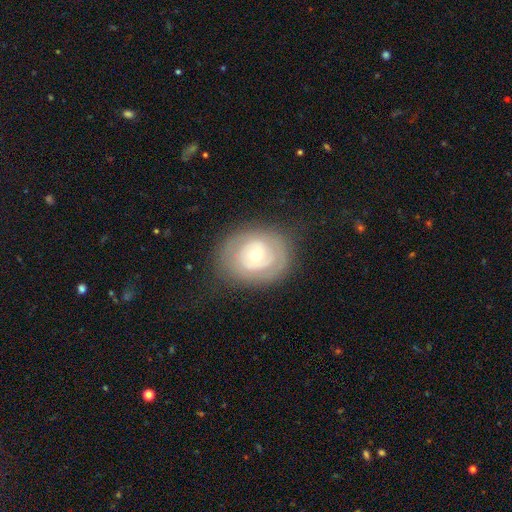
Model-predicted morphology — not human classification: Smooth or featured? featured or disk (61%)
Edge-on disk? no (96%)
Bar? no (78%)
Spiral arms? no (53%)
Bulge size? moderate (50%)
Merging? none (77%)